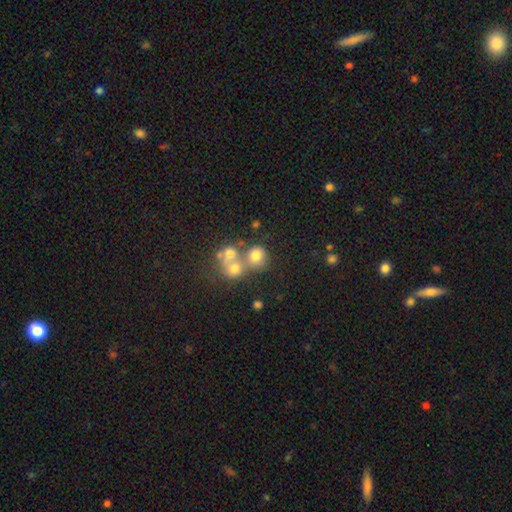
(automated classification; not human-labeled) smooth_or_featured: smooth (p=0.70) [alt: featured or disk p=0.15]
how_rounded: round (p=0.80) [alt: in between p=0.19]
merging: merger (p=0.44) [alt: none p=0.42]